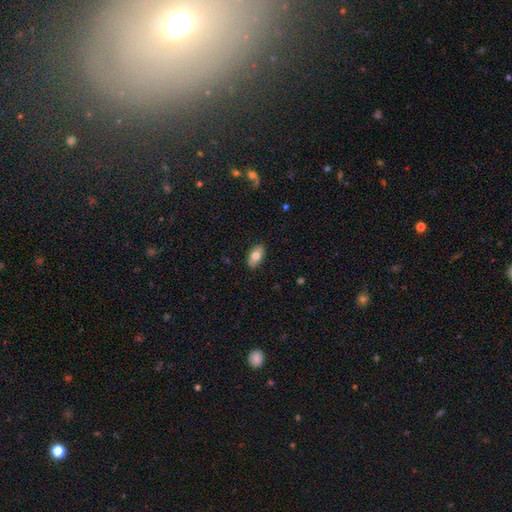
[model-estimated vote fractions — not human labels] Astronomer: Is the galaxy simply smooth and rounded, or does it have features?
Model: smooth — 70%.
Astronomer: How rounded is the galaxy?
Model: in between — 92%.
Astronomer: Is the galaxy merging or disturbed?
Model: none — 86%.